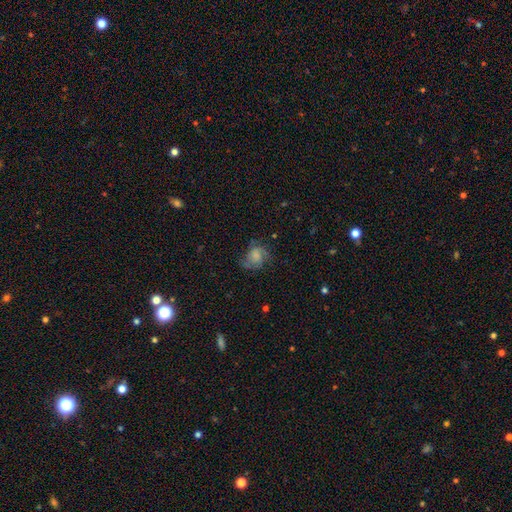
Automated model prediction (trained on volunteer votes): smooth_or_featured: featured or disk (p=0.45) [alt: smooth p=0.44]
merging: none (p=0.55) [alt: minor disturbance p=0.24]